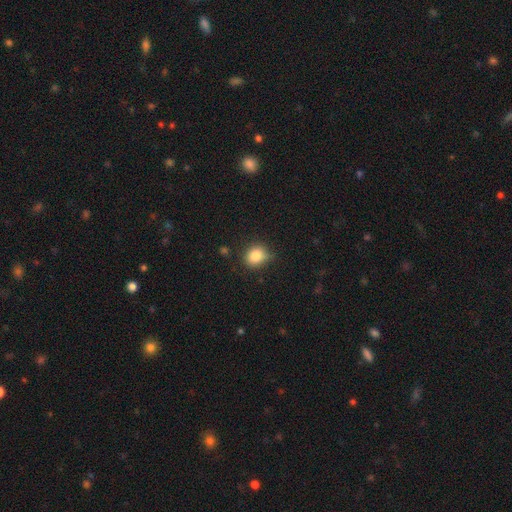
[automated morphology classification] type=smooth (83%); roundness=round (71%); merging=none (71%).